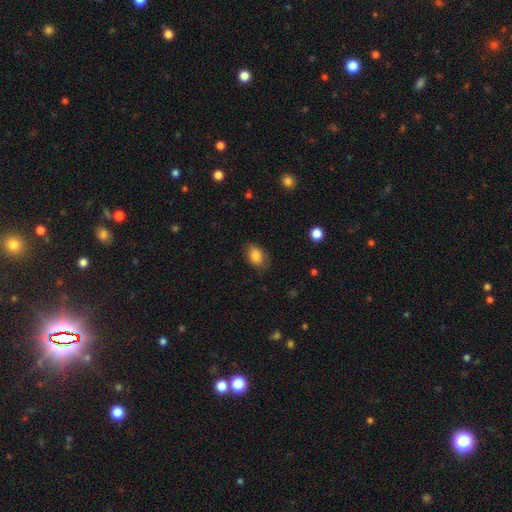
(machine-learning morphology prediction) smooth-or-featured: smooth: 83% | featured or disk: 9% | star or artifact: 8%
  how-rounded: in between: 81% | round: 18% | cigar-shaped: 1%
  merging: none: 76% | minor disturbance: 18% | major disturbance: 4% | merger: 1%